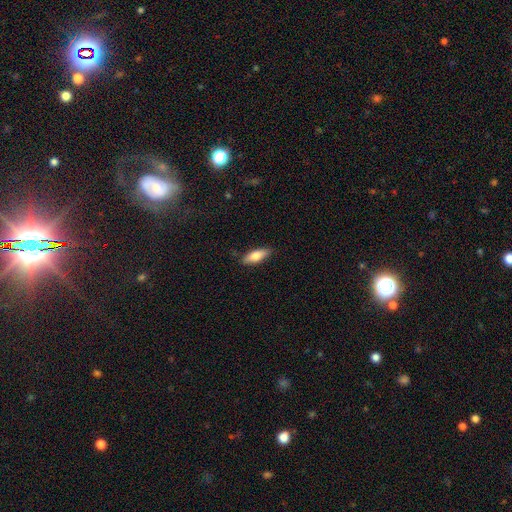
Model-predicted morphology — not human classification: This is likely a smooth galaxy (74%). How rounded: likely in between (60%). Merging: clearly none (86%).